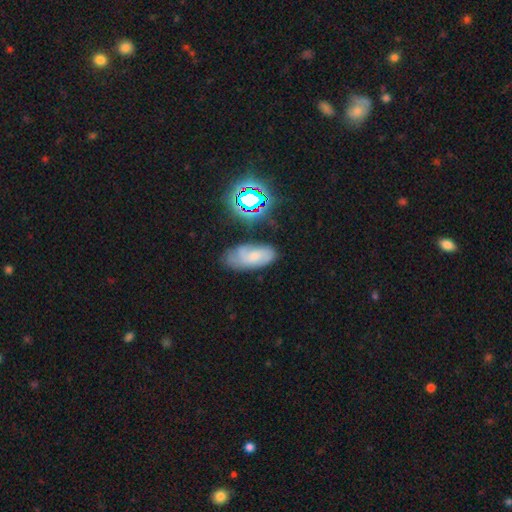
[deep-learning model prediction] A smooth galaxy with no disk features (43%). Merging: none (57%).